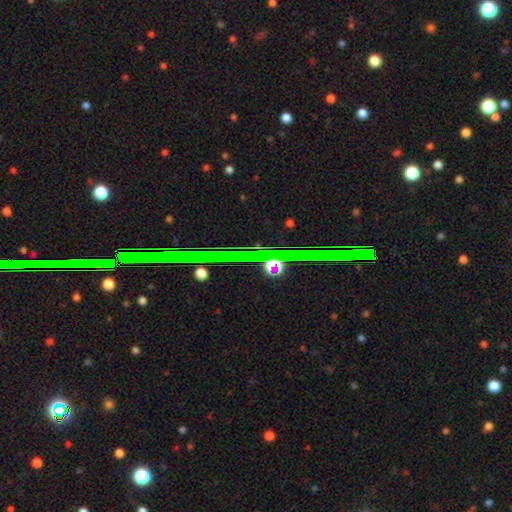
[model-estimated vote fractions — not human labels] star or artifact 70%, featured or disk 19%, smooth 11%.